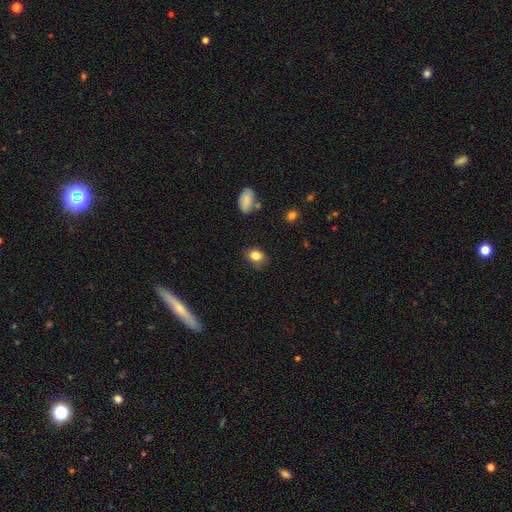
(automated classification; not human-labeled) Smooth or featured? Predicted: smooth (p=0.83). How rounded? Predicted: in between (p=0.59). Merging? Predicted: none (p=0.76).